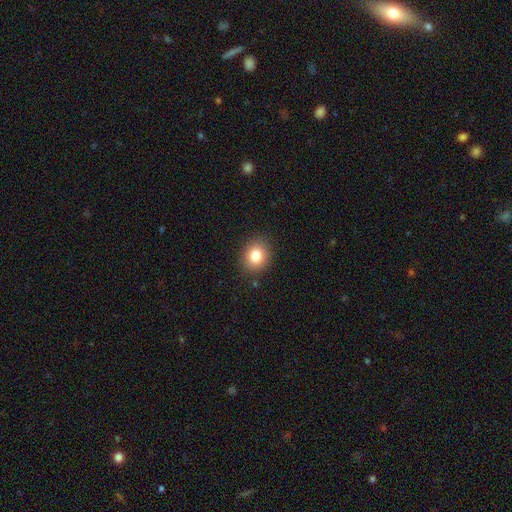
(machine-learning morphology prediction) smooth-or-featured: smooth: 81% | star or artifact: 11% | featured or disk: 8%
  how-rounded: round: 71% | in between: 28% | cigar-shaped: 1%
  merging: none: 88% | minor disturbance: 8% | major disturbance: 2% | merger: 1%